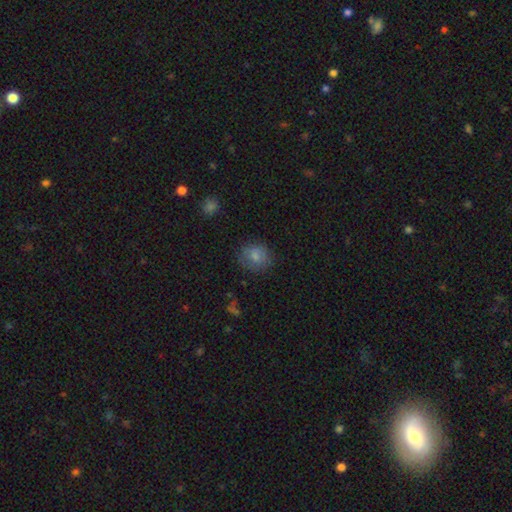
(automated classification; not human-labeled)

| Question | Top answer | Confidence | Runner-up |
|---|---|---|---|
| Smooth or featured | smooth | 78% | featured or disk (12%) |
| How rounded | round | 81% | in between (18%) |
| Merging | none | 76% | minor disturbance (17%) |